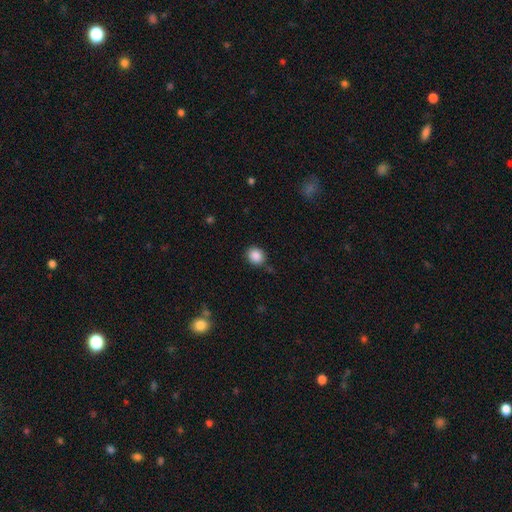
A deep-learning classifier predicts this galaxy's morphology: Overall: smooth (88%). How rounded: round (78%). Merging: none (82%).